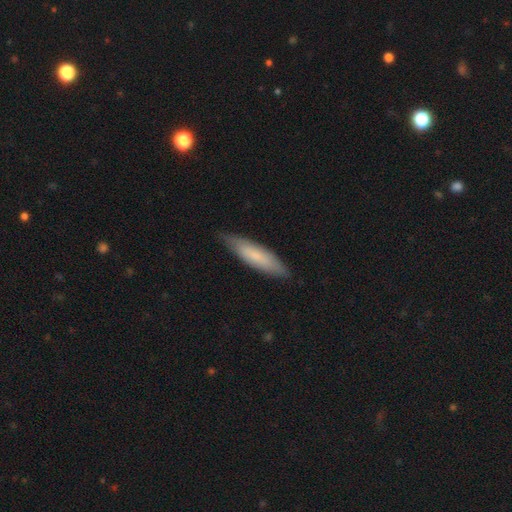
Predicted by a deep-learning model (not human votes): This is likely a smooth galaxy (72%). How rounded: likely cigar-shaped (70%). Merging: clearly none (84%).